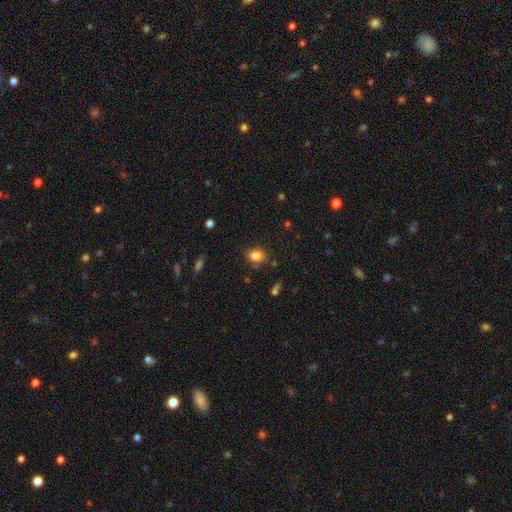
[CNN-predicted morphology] Overall: smooth (83%). How rounded: in between (63%; round 36%). Merging: none (80%).